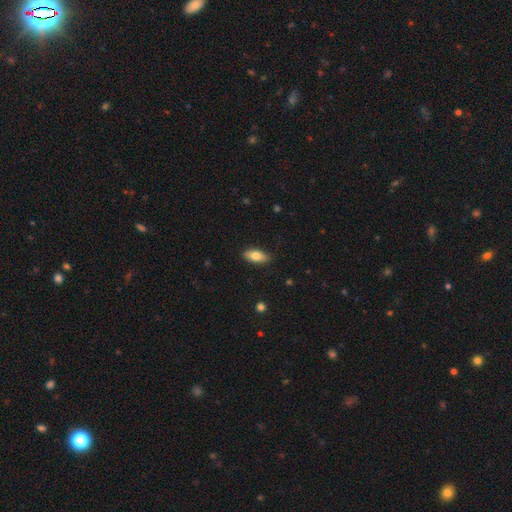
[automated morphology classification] Overall: smooth (78%). How rounded: in between (84%). Merging: none (88%).